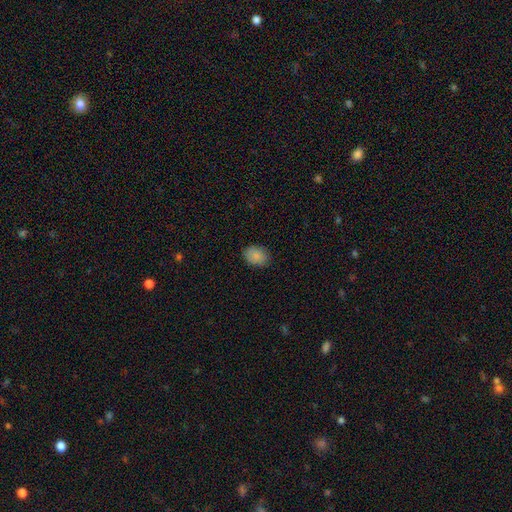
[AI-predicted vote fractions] smooth-or-featured: smooth: 87% | star or artifact: 9% | featured or disk: 4%
  how-rounded: in between: 64% | round: 35% | cigar-shaped: 1%
  merging: none: 84% | minor disturbance: 12% | major disturbance: 3% | merger: 1%